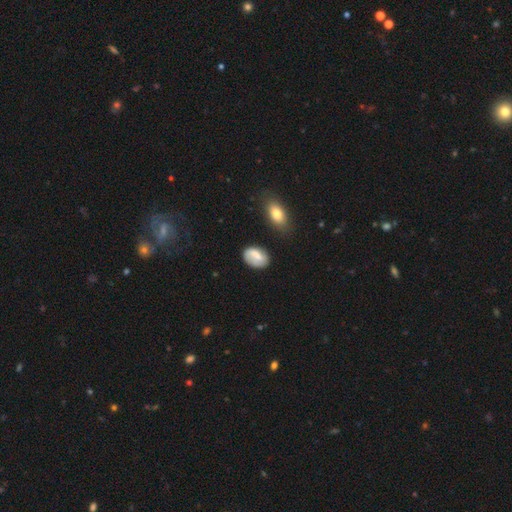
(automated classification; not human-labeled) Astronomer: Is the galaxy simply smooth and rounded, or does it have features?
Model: smooth — 59%.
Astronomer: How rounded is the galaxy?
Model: in between — 80%.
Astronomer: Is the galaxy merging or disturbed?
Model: none — 67%.